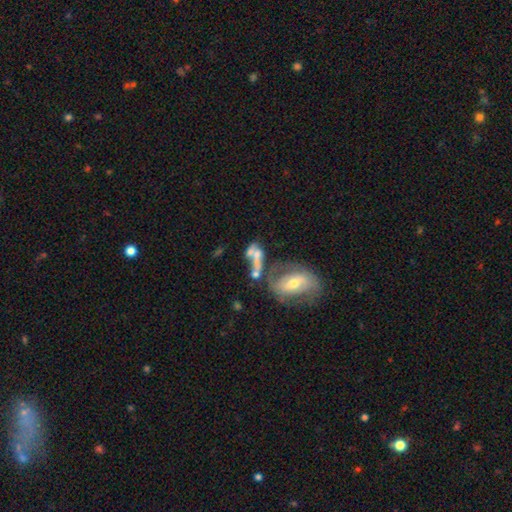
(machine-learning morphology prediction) type=featured or disk (47%); merging=merger (48%).